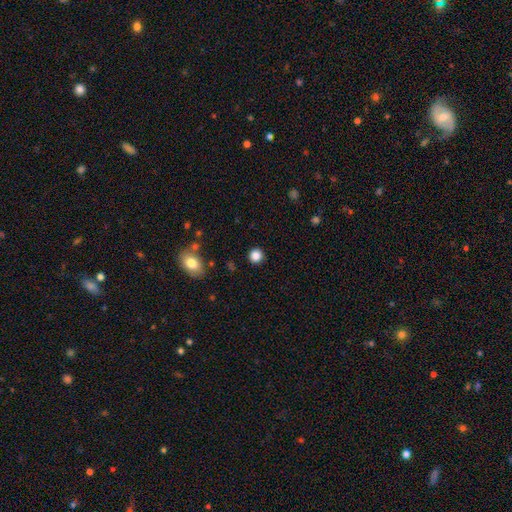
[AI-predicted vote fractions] This is clearly a smooth galaxy (85%). How rounded: clearly round (93%). Merging: clearly none (91%).